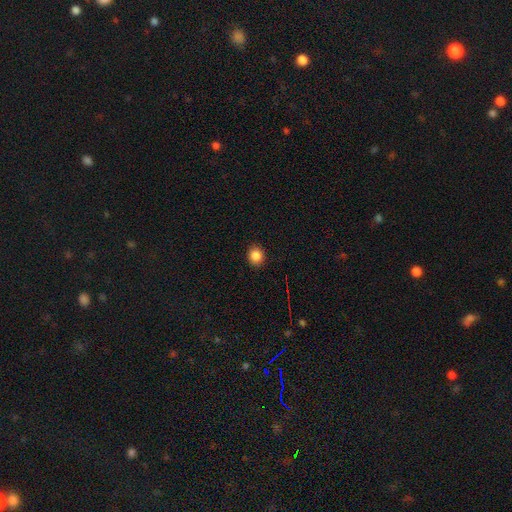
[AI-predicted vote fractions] Smooth or featured?
  - smooth: 86% *
  - star or artifact: 10%
  - featured or disk: 4%
How rounded?
  - round: 76% *
  - in between: 23%
  - cigar-shaped: 1%
Merging?
  - none: 90% *
  - minor disturbance: 7%
  - major disturbance: 2%
  - merger: 1%